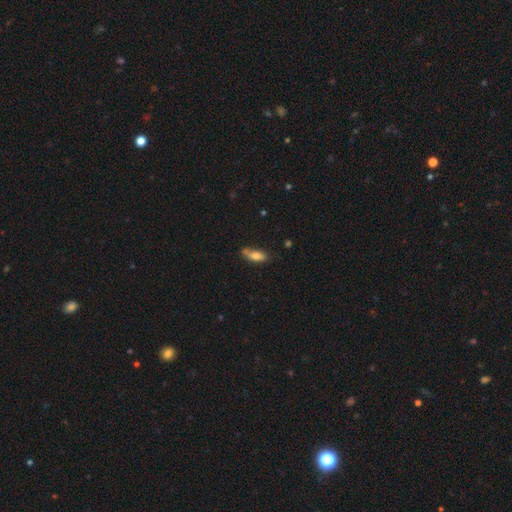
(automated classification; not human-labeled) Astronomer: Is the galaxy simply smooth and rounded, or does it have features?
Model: smooth — 77%.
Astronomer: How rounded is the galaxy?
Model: in between — 71%.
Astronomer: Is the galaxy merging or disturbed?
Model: none — 53% (runner-up: minor disturbance, 29%).